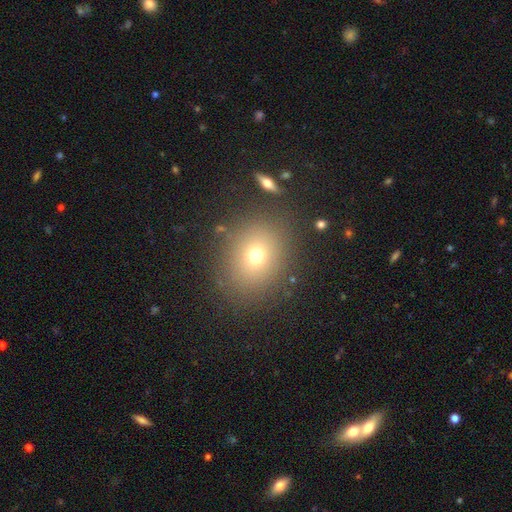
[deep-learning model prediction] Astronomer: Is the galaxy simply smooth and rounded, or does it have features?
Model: smooth — 69%.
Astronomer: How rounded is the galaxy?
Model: round — 59% (runner-up: in between, 40%).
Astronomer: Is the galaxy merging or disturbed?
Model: none — 84%.